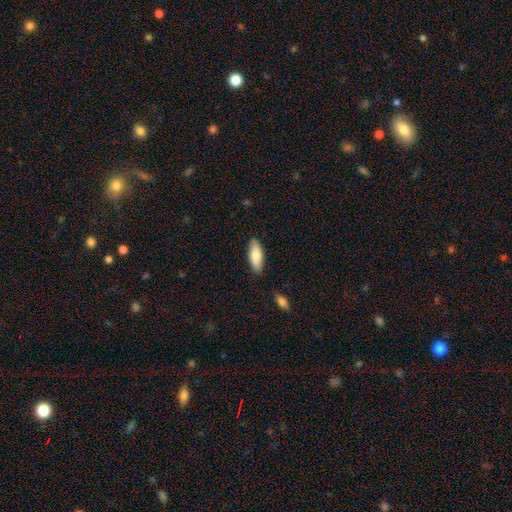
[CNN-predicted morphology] smooth_or_featured: smooth (p=0.79) [alt: featured or disk p=0.16]
how_rounded: in between (p=0.67) [alt: cigar-shaped p=0.31]
merging: none (p=0.87) [alt: minor disturbance p=0.10]